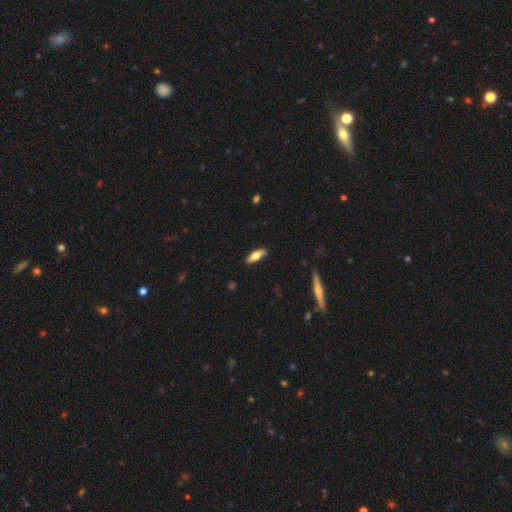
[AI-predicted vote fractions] The model was most divided on "how rounded": in between: 56%, cigar-shaped: 42%, round: 2%. More confident: merging — none (87%); smooth or featured — smooth (59%).